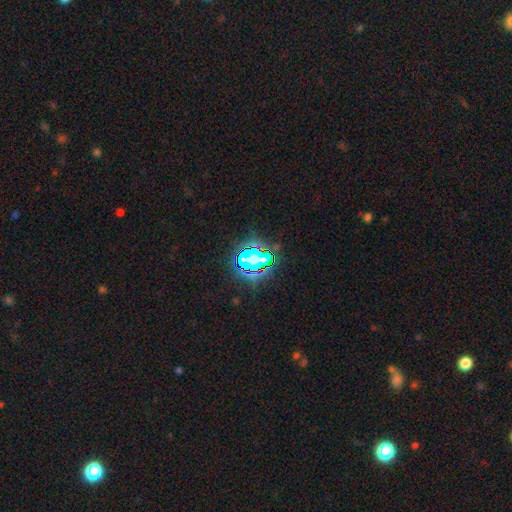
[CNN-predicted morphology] Overall: star or artifact (64%).